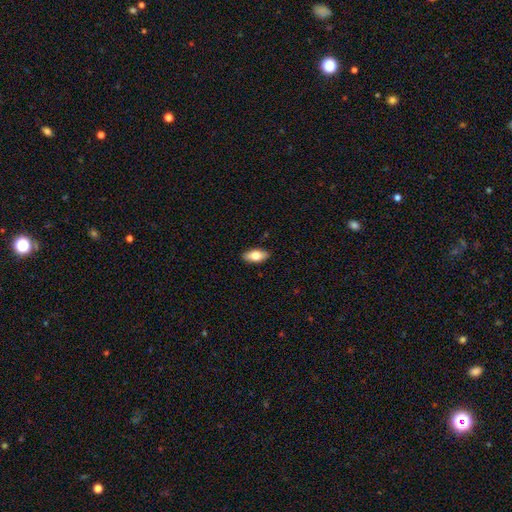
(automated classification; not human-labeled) This is likely a smooth galaxy (76%). How rounded: clearly in between (89%). Merging: clearly none (89%).